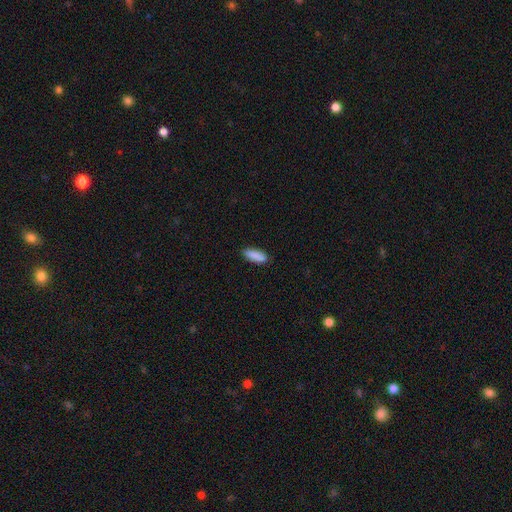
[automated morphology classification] type=smooth (90%); roundness=in between (53%); merging=none (88%).